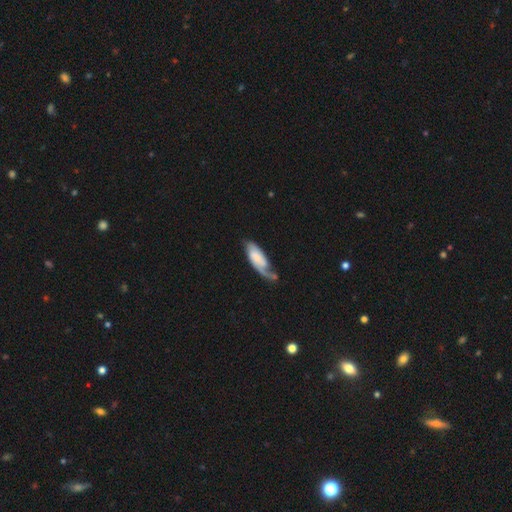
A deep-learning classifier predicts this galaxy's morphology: featured or disk 54%, smooth 39%, star or artifact 6%. Down the decision tree: edge-on disk — no (86%); merging — none (39%).